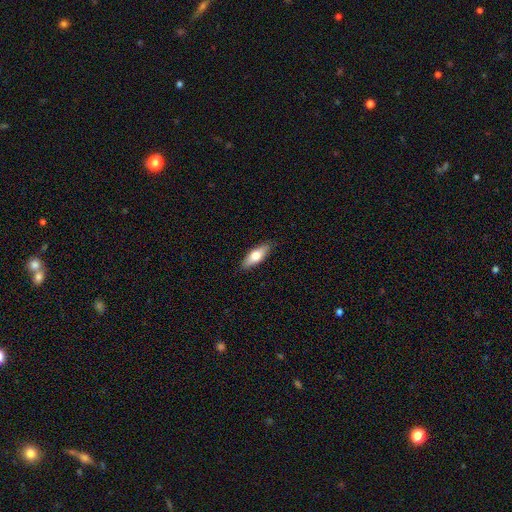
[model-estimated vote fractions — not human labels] Smooth or featured? smooth (68%)
How rounded? in between (63%)
Merging? none (88%)